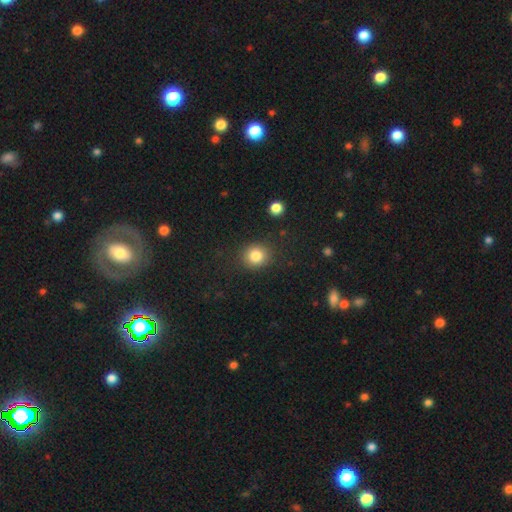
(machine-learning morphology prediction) This is clearly a smooth galaxy (83%). How rounded: clearly round (82%). Merging: clearly none (87%).